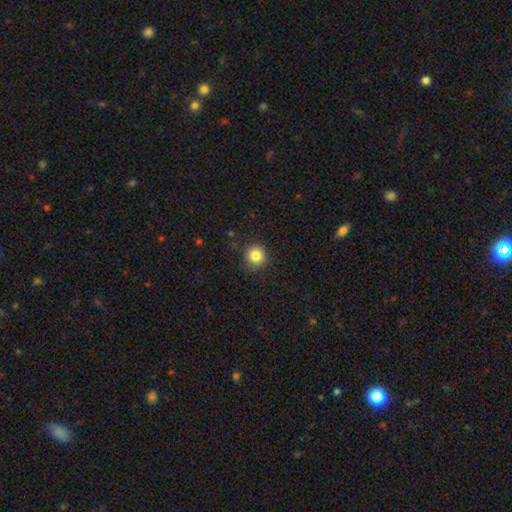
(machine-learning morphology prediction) Q: Smooth or featured?
A: smooth (83%); runner-up: star or artifact (11%)
Q: How rounded?
A: round (93%); runner-up: in between (6%)
Q: Merging?
A: none (89%); runner-up: minor disturbance (8%)